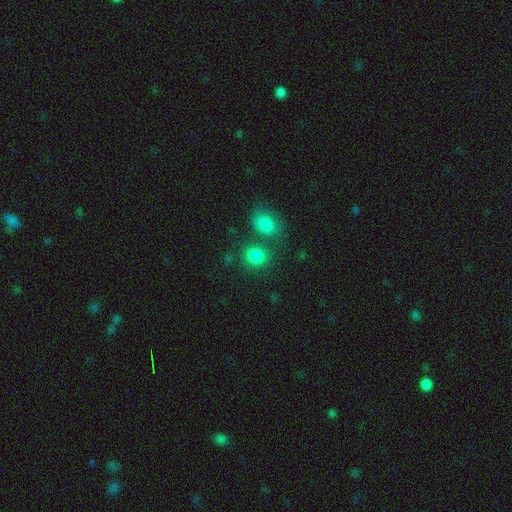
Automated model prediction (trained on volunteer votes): smooth_or_featured: smooth (p=0.83) [alt: star or artifact p=0.11]
how_rounded: round (p=0.63) [alt: in between p=0.35]
merging: none (p=0.60) [alt: merger p=0.24]